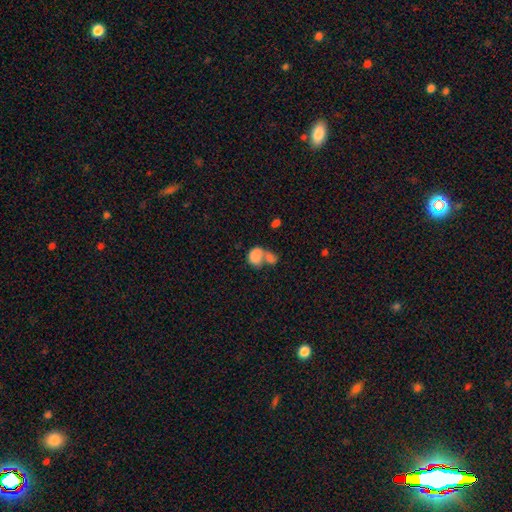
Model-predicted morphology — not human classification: smooth-or-featured: smooth: 81% | featured or disk: 11% | star or artifact: 8%
  how-rounded: in between: 64% | round: 35% | cigar-shaped: 1%
  merging: merger: 66% | none: 19% | minor disturbance: 8% | major disturbance: 7%